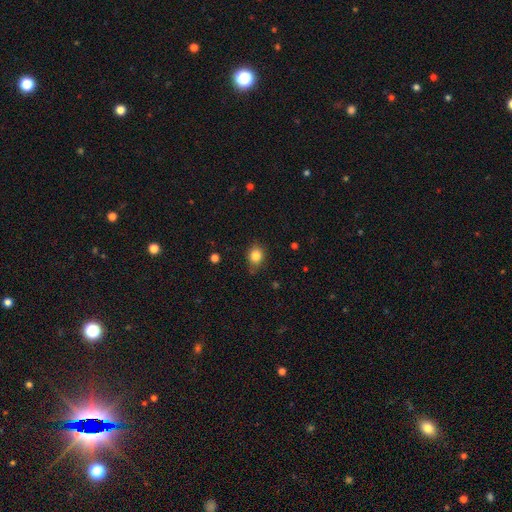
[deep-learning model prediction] A smooth galaxy with no disk features (84%) that is round (65%).

Vote fractions:
- Smooth or featured? smooth: 84% / star or artifact: 10% / featured or disk: 6%
- How rounded? round: 65% / in between: 34% / cigar-shaped: 1%
- Merging? none: 77% / minor disturbance: 18% / major disturbance: 3% / merger: 2%